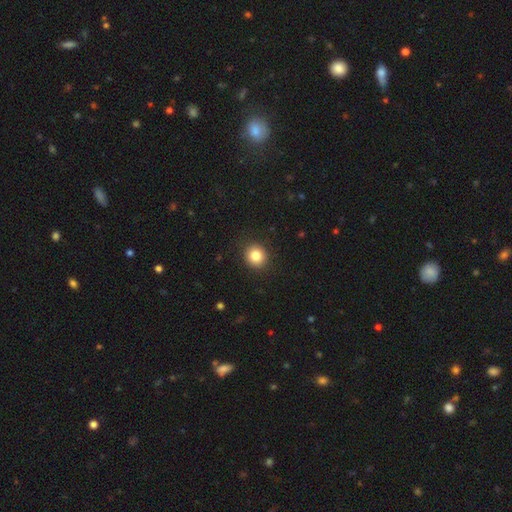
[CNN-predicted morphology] Smooth or featured? Predicted: smooth (p=0.84). How rounded? Predicted: round (p=0.88). Merging? Predicted: none (p=0.91).